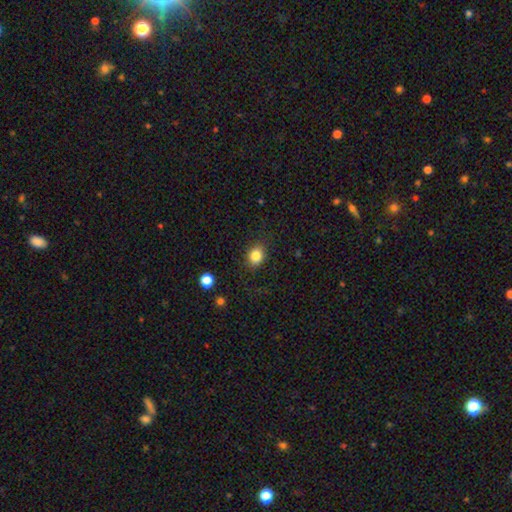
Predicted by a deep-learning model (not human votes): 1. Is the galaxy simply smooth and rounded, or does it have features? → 84% smooth, 10% star or artifact, 6% featured or disk.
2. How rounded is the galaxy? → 61% round, 38% in between, 1% cigar-shaped.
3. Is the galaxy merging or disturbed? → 84% none, 11% minor disturbance, 4% major disturbance, 1% merger.